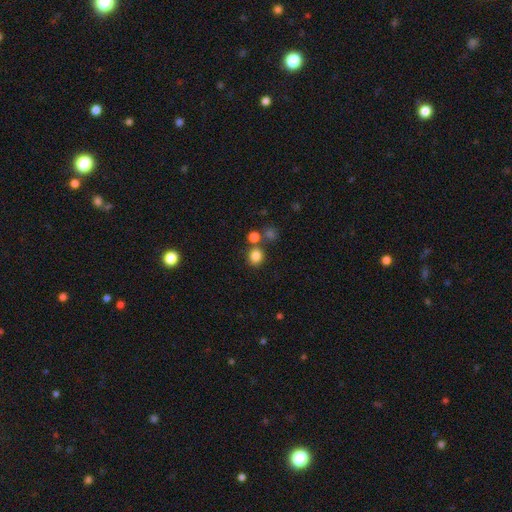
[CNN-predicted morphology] A smooth galaxy with no disk features (82%) that is round (79%).

Vote fractions:
- Smooth or featured? smooth: 82% / star or artifact: 13% / featured or disk: 5%
- How rounded? round: 79% / in between: 20% / cigar-shaped: 1%
- Merging? none: 72% / merger: 16% / minor disturbance: 9% / major disturbance: 3%